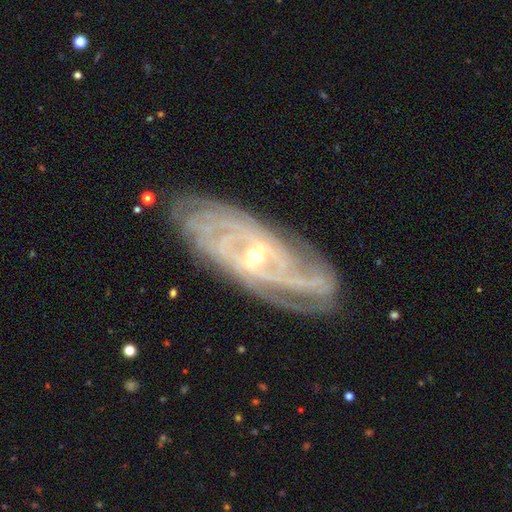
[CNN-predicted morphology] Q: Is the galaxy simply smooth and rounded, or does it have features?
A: featured or disk — 89%.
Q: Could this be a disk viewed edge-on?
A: no — 89%.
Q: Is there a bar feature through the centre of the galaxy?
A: no — 43%.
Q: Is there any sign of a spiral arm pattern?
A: yes — 97%.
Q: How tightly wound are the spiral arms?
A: tight — 72%.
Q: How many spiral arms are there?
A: can't tell — 29%.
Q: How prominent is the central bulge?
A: small — 64%.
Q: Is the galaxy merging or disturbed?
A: none — 80%.